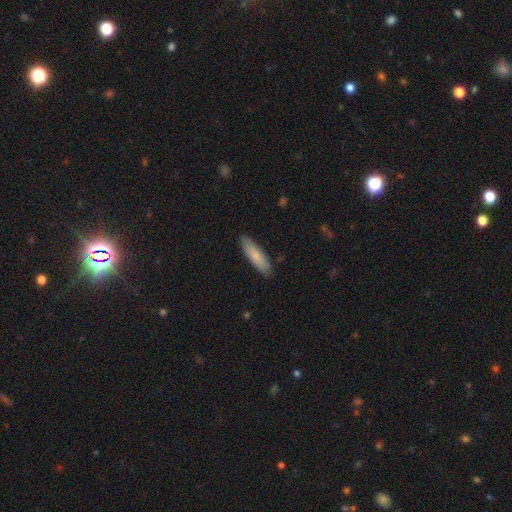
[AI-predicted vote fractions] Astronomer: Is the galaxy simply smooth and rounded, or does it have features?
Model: smooth — 82%.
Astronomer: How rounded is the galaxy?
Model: cigar-shaped — 70%.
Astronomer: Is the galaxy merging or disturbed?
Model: none — 87%.